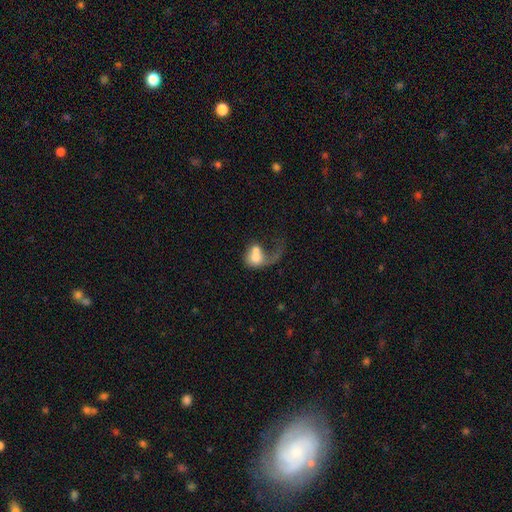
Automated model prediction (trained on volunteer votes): smooth-or-featured: smooth: 52% | featured or disk: 39% | star or artifact: 9%
  how-rounded: round: 55% | in between: 43% | cigar-shaped: 2%
  merging: merger: 45% | major disturbance: 33% | none: 14% | minor disturbance: 8%